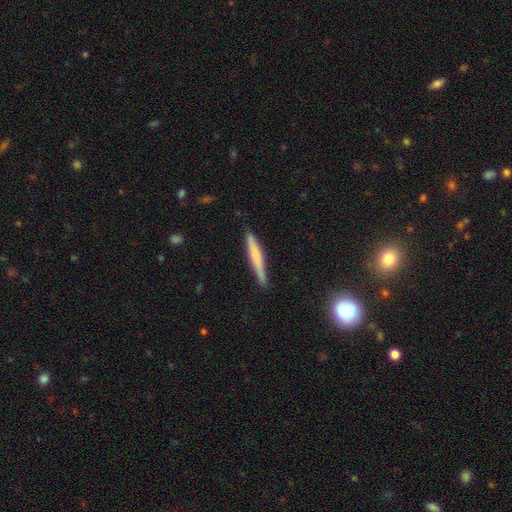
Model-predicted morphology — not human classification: smooth-or-featured: smooth: 63% | featured or disk: 31% | star or artifact: 6%
  how-rounded: cigar-shaped: 95% | in between: 4% | round: 1%
  merging: none: 84% | minor disturbance: 12% | major disturbance: 2% | merger: 1%